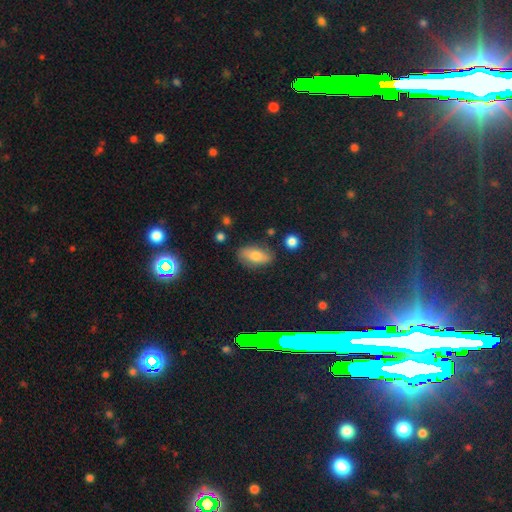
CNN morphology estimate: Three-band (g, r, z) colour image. It shows a smooth galaxy with no disk features (67%) that is in between round and cigar-shaped (86%). Merging: none (82%).